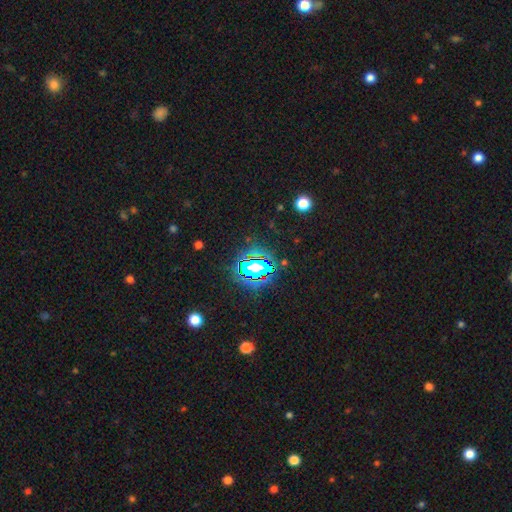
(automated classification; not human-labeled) Morphology: type=star or artifact (72%).